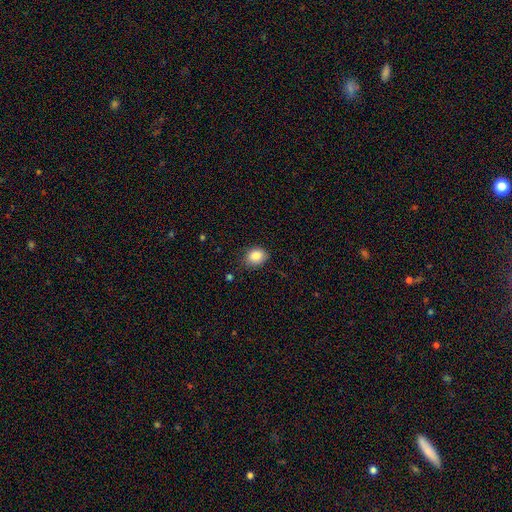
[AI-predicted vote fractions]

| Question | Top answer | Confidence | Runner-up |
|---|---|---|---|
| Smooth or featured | smooth | 85% | star or artifact (9%) |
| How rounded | in between | 53% | round (46%) |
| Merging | none | 77% | minor disturbance (18%) |